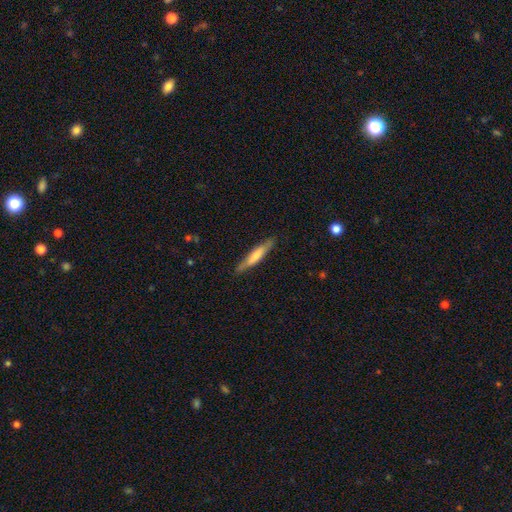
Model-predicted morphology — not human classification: Overall: smooth (59%; featured or disk 36%). How rounded: cigar-shaped (89%). Merging: none (84%).